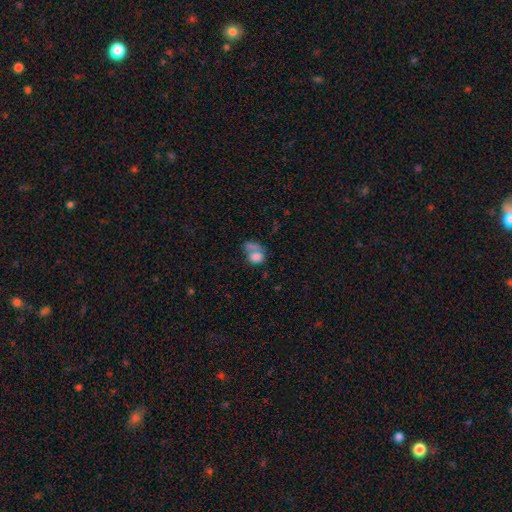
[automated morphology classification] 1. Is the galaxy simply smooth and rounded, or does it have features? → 73% smooth, 15% featured or disk, 12% star or artifact.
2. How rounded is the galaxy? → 58% in between, 40% round, 2% cigar-shaped.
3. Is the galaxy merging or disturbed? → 43% merger, 28% none, 15% major disturbance, 13% minor disturbance.